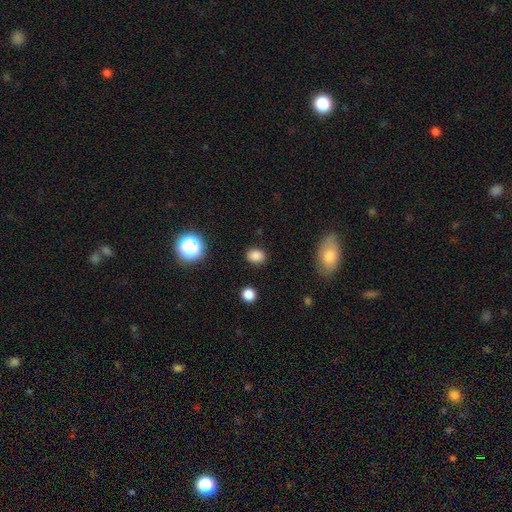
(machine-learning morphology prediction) type=smooth (83%); roundness=in between (53%); merging=none (87%).